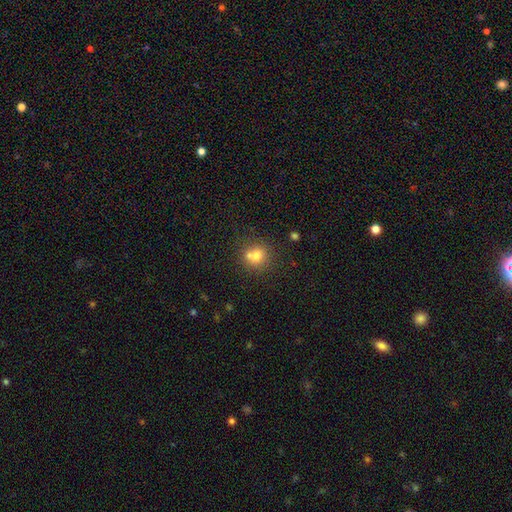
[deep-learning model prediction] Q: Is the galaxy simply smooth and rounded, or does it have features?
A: smooth — 73%.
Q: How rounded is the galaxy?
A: round — 86%.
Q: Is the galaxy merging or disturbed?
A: none — 53%.